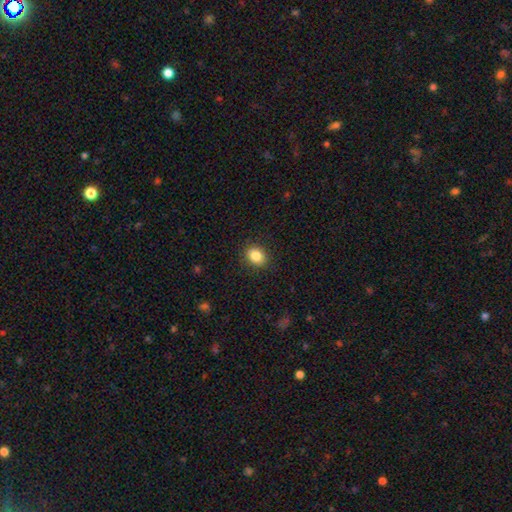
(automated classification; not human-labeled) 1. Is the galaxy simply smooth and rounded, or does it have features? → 85% smooth, 10% star or artifact, 5% featured or disk.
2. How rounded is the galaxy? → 52% round, 47% in between, 1% cigar-shaped.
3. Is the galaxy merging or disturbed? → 88% none, 8% minor disturbance, 2% major disturbance, 1% merger.